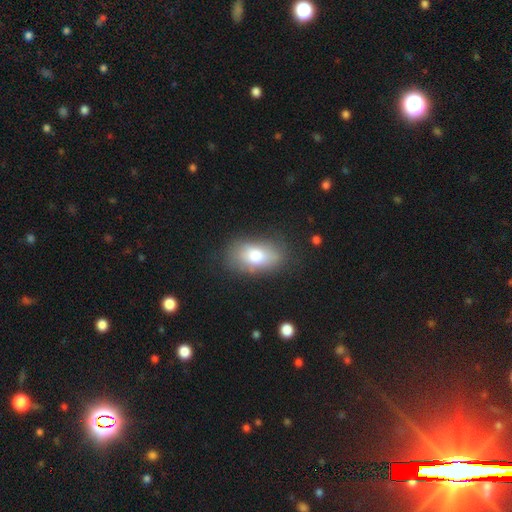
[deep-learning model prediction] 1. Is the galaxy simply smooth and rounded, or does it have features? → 74% smooth, 17% featured or disk, 8% star or artifact.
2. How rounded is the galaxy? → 89% in between, 8% round, 2% cigar-shaped.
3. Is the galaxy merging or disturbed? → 73% none, 19% minor disturbance, 7% major disturbance, 2% merger.